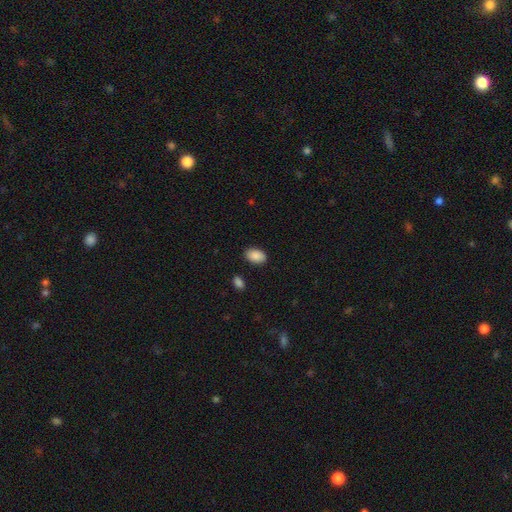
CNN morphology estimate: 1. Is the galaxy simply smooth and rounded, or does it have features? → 90% smooth, 7% star or artifact, 4% featured or disk.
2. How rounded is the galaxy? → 90% in between, 9% round, 1% cigar-shaped.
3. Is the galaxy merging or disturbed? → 86% none, 10% minor disturbance, 3% major disturbance, 2% merger.